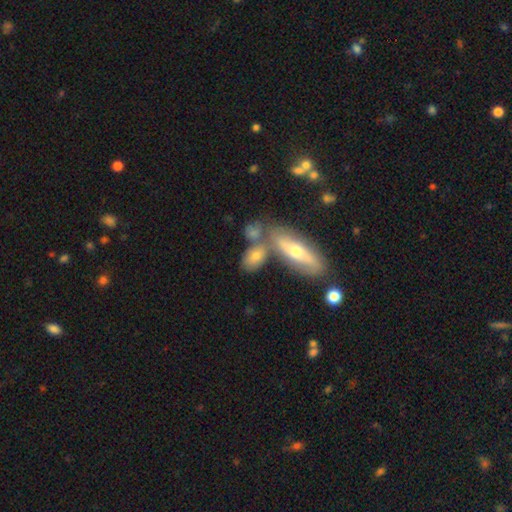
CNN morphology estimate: This appears to be a smooth galaxy with no disk features (66%) that is in between round and cigar-shaped (81%). Merging: none (45%).